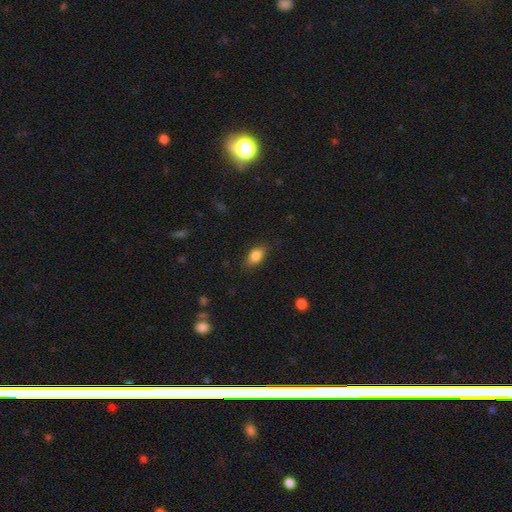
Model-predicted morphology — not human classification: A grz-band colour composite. It shows a smooth galaxy with no disk features (84%) that is in between round and cigar-shaped (86%). Merging: none (82%).